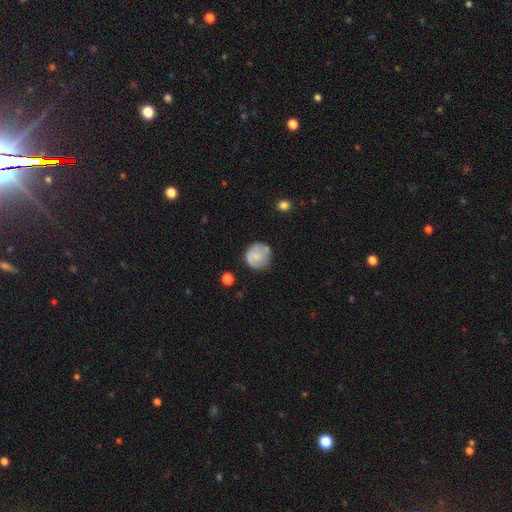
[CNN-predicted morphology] A smooth galaxy with no disk features (62%) that is round (90%).

Vote fractions:
- Smooth or featured? smooth: 62% / featured or disk: 30% / star or artifact: 8%
- How rounded? round: 90% / in between: 9% / cigar-shaped: 1%
- Merging? none: 67% / minor disturbance: 21% / major disturbance: 7% / merger: 4%